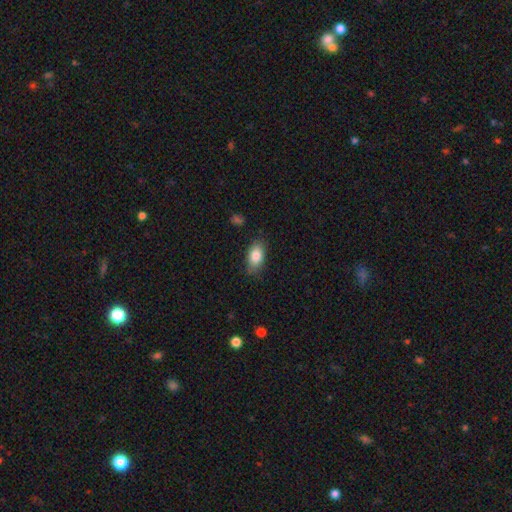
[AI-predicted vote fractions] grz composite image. It shows a smooth galaxy with no disk features (83%) that is in between round and cigar-shaped (90%). Merging: none (80%).